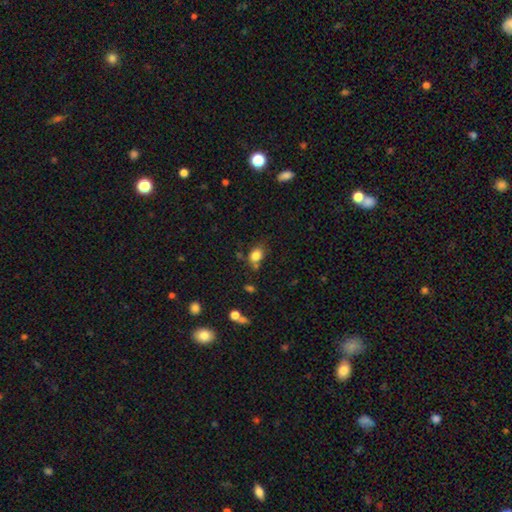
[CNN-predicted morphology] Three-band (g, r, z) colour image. It shows a smooth galaxy with no disk features (81%) that is in between round and cigar-shaped (58%). Merging: none (61%).